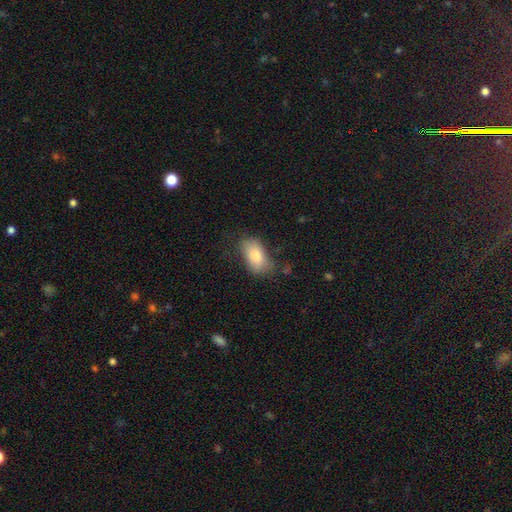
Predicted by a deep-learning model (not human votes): smooth_or_featured: smooth (p=0.82) [alt: featured or disk p=0.11]
how_rounded: in between (p=0.93) [alt: round p=0.05]
merging: none (p=0.59) [alt: minor disturbance p=0.28]